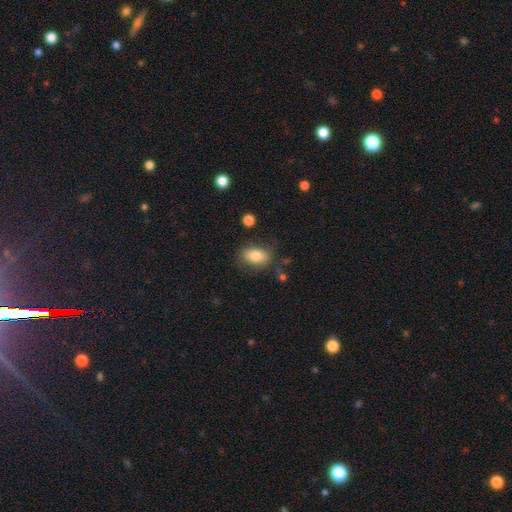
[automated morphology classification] This is likely a smooth galaxy (80%). How rounded: clearly in between (86%). Merging: likely none (76%).